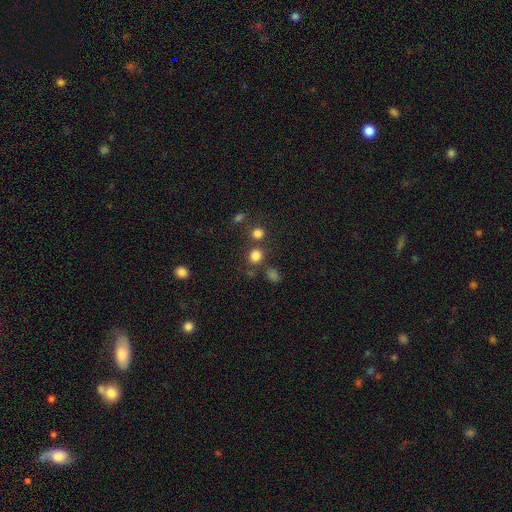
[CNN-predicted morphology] Q: Smooth or featured?
A: smooth (79%); runner-up: star or artifact (16%)
Q: How rounded?
A: round (82%); runner-up: in between (17%)
Q: Merging?
A: none (73%); runner-up: merger (15%)